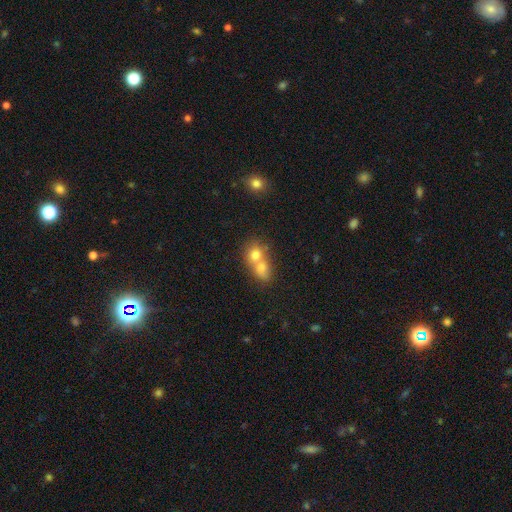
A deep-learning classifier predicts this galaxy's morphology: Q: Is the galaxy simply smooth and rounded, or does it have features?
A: smooth — 73%.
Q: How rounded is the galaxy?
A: round — 65%.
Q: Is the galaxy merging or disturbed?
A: merger — 71%.